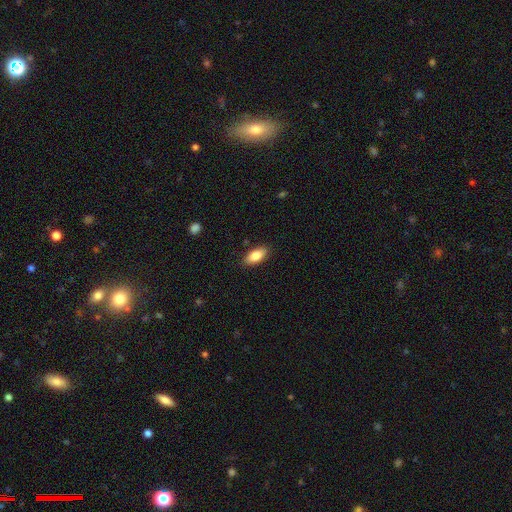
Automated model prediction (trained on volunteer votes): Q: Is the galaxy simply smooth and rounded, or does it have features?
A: smooth — 84%.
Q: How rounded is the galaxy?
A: in between — 89%.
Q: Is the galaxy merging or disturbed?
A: none — 87%.